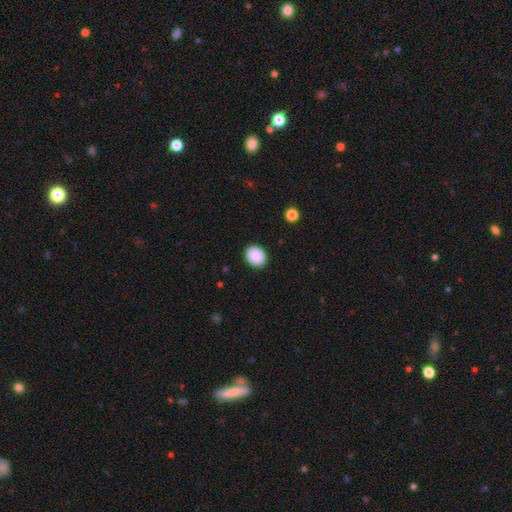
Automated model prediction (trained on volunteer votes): Q: Smooth or featured?
A: smooth (90%); runner-up: star or artifact (8%)
Q: How rounded?
A: round (58%); runner-up: in between (42%)
Q: Merging?
A: none (89%); runner-up: minor disturbance (8%)